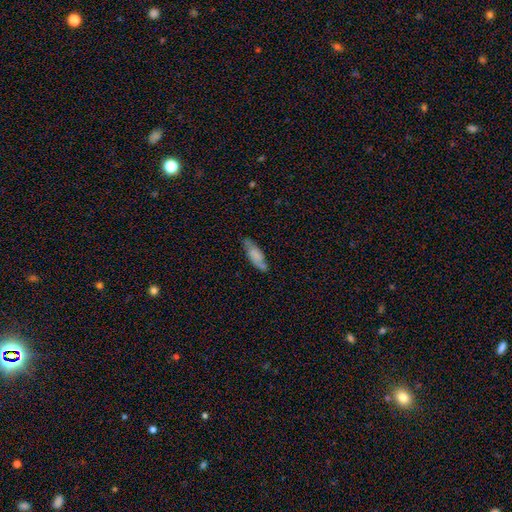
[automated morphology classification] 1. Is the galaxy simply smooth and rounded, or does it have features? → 64% smooth, 29% featured or disk, 7% star or artifact.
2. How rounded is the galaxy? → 56% in between, 42% cigar-shaped, 2% round.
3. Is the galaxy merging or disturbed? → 68% none, 24% minor disturbance, 6% major disturbance, 3% merger.